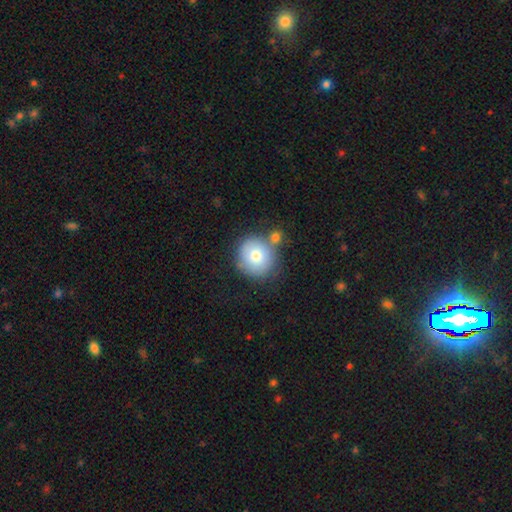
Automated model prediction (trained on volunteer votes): smooth_or_featured: smooth (p=0.75) [alt: featured or disk p=0.17]
how_rounded: round (p=0.91) [alt: in between p=0.08]
merging: none (p=0.63) [alt: merger p=0.18]